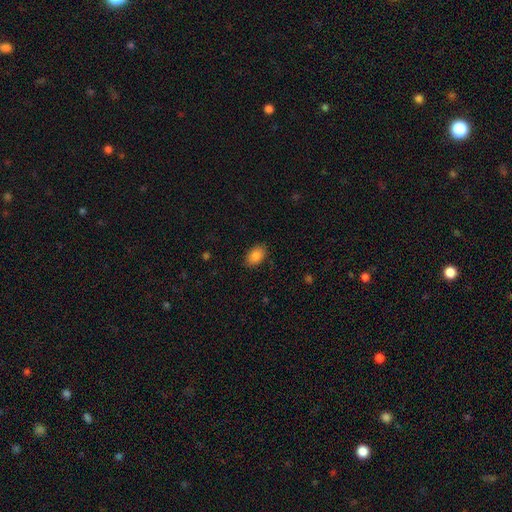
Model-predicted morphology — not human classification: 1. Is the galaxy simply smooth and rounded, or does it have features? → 86% smooth, 8% star or artifact, 6% featured or disk.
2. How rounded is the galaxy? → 88% in between, 11% round, 1% cigar-shaped.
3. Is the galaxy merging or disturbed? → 87% none, 10% minor disturbance, 2% major disturbance, 1% merger.